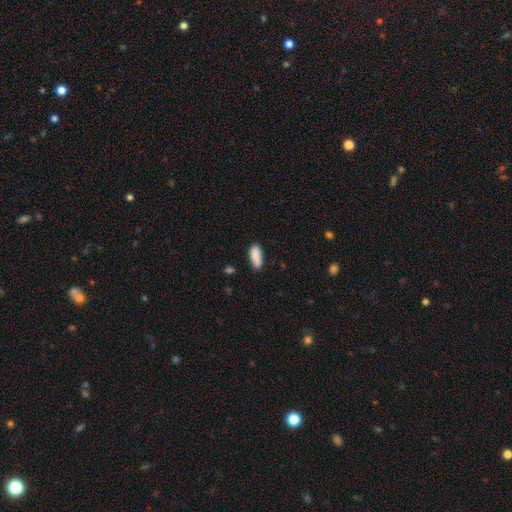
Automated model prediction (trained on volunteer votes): Smooth or featured: smooth — 87% (featured or disk — 6%)
How rounded: in between — 81% (cigar-shaped — 17%)
Merging: none — 80% (minor disturbance — 15%)